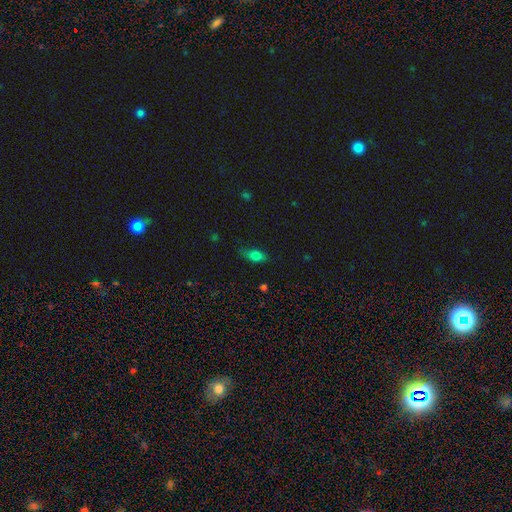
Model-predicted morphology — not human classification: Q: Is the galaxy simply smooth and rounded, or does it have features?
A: smooth — 78%.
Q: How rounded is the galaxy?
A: in between — 82%.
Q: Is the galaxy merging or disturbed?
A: none — 70%.